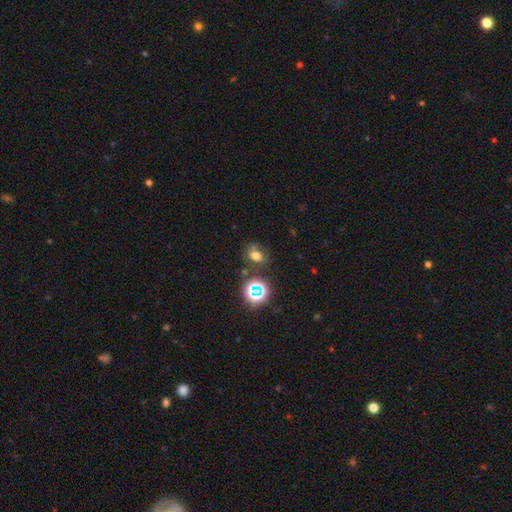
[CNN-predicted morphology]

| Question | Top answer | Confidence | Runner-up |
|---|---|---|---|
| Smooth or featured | smooth | 62% | star or artifact (24%) |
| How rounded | in between | 58% | round (41%) |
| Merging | none | 65% | minor disturbance (17%) |